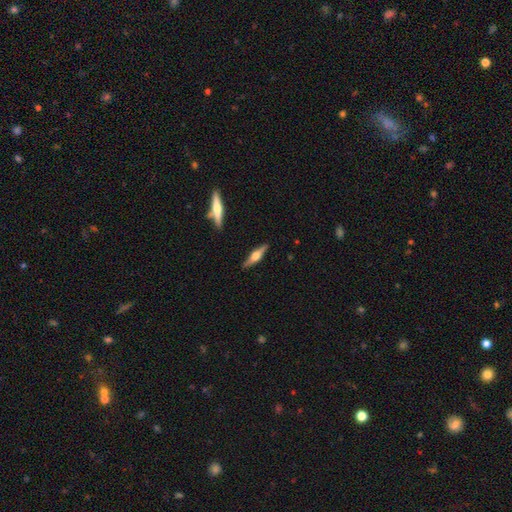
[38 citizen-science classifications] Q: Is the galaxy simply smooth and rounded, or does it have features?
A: featured or disk — 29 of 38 (76%).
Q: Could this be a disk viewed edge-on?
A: yes — 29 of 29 (100%).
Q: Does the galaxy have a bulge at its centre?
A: rounded — 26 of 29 (90%).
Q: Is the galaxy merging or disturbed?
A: none — 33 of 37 (89%).